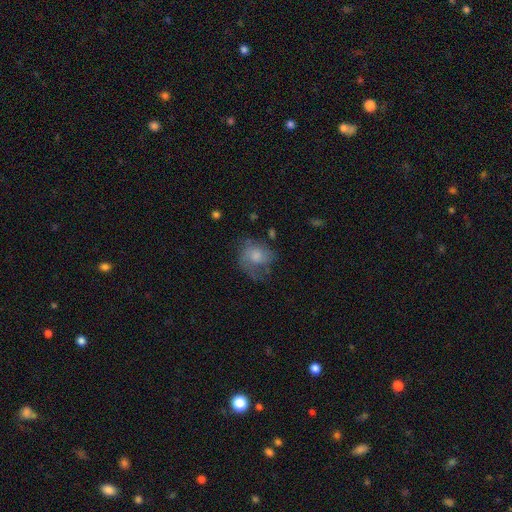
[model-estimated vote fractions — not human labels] The model was most divided on "merging": none: 40%, major disturbance: 30%, minor disturbance: 27%, merger: 3%. More confident: how rounded — round (58%); smooth or featured — smooth (56%).